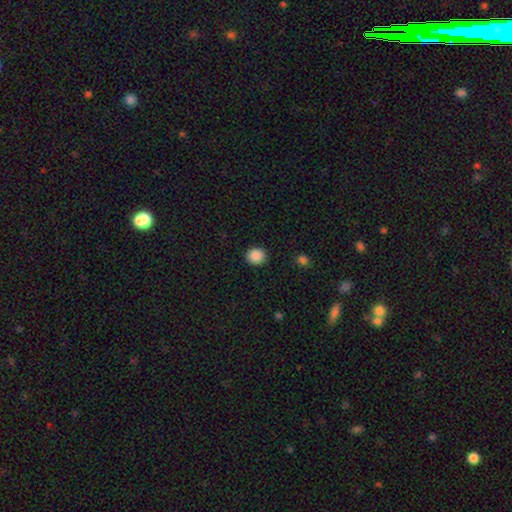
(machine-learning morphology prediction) A smooth galaxy with no disk features (89%) that is round (83%).

Vote fractions:
- Smooth or featured? smooth: 89% / star or artifact: 9% / featured or disk: 2%
- How rounded? round: 83% / in between: 16% / cigar-shaped: 1%
- Merging? none: 91% / minor disturbance: 6% / major disturbance: 2% / merger: 1%